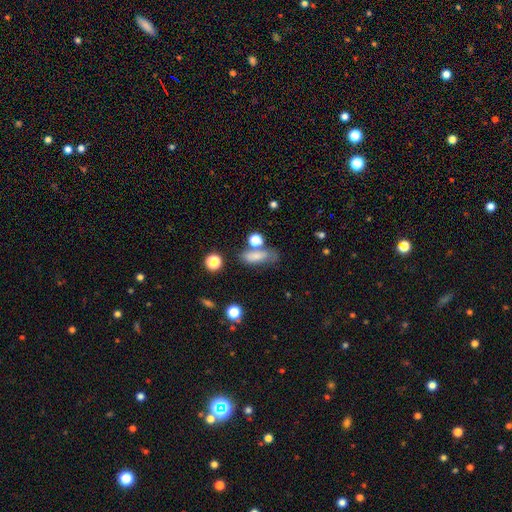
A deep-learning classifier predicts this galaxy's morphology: This is likely a smooth galaxy (76%). How rounded: likely in between (65%). Merging: possibly none (49%).